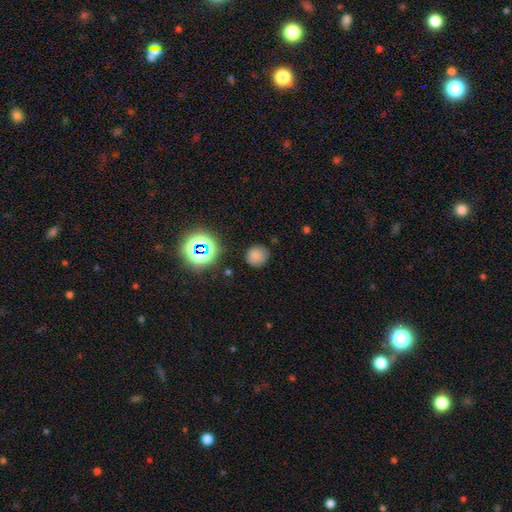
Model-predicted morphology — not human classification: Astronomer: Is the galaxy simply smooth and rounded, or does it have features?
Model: smooth — 74%.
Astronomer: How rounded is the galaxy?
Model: round — 89%.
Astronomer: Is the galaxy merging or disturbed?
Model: none — 82%.